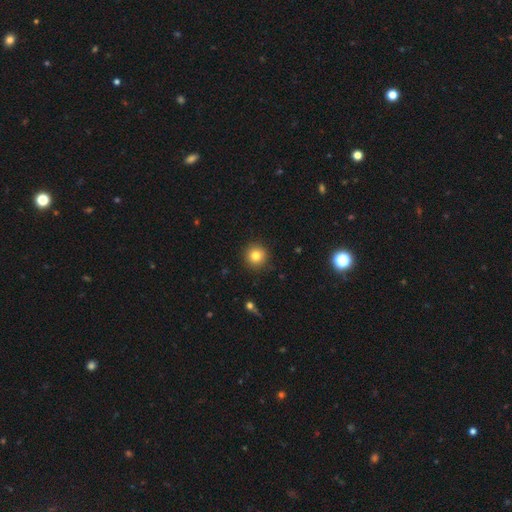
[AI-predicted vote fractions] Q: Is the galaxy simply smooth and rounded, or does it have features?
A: smooth — 81%.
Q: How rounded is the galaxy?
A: round — 94%.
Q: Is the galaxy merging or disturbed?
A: none — 90%.